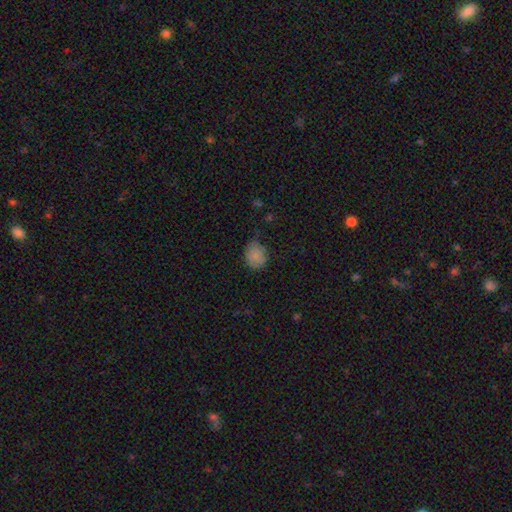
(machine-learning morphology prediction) type=smooth (83%); roundness=round (54%); merging=none (63%).